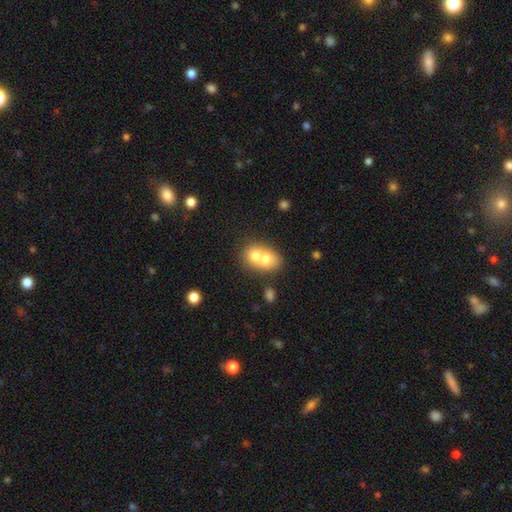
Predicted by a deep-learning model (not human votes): Smooth or featured? smooth (68%)
How rounded? round (54%)
Merging? merger (74%)